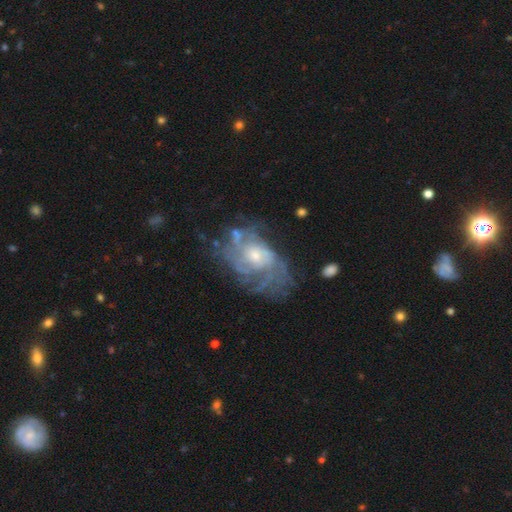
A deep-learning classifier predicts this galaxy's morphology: Smooth or featured? featured or disk (79%)
Edge-on disk? no (96%)
Bar? no (76%)
Spiral arms? yes (79%)
Spiral winding? tight (45%)
Spiral arm count? can't tell (53%)
Bulge size? small (46%, tied with moderate)
Merging? none (53%)